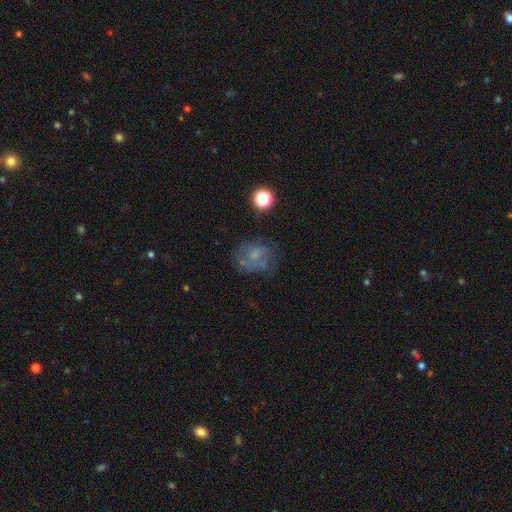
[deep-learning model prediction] Overall: smooth (46%; featured or disk 39%). Merging: none (49%; minor disturbance 24%).